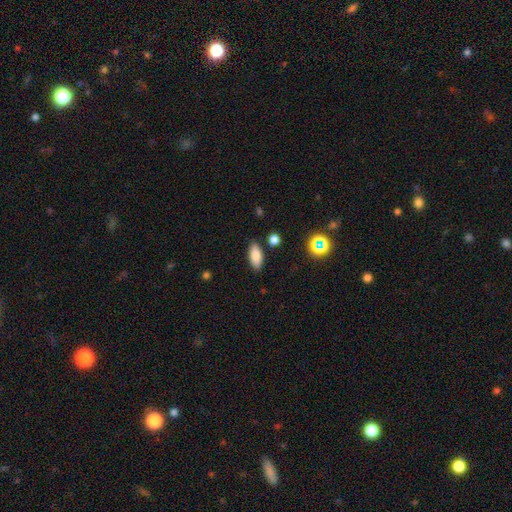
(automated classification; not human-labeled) Smooth or featured: smooth — 83% (star or artifact — 9%)
How rounded: in between — 83% (cigar-shaped — 13%)
Merging: none — 86% (minor disturbance — 10%)